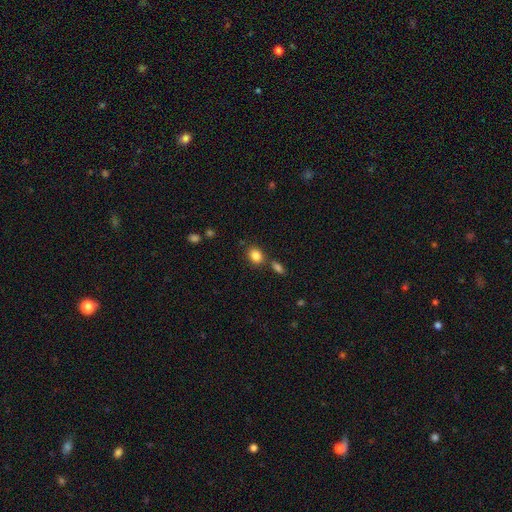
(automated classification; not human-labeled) This appears to be a smooth galaxy with no disk features (85%) that is in between round and cigar-shaped (62%). Merging: none (70%).